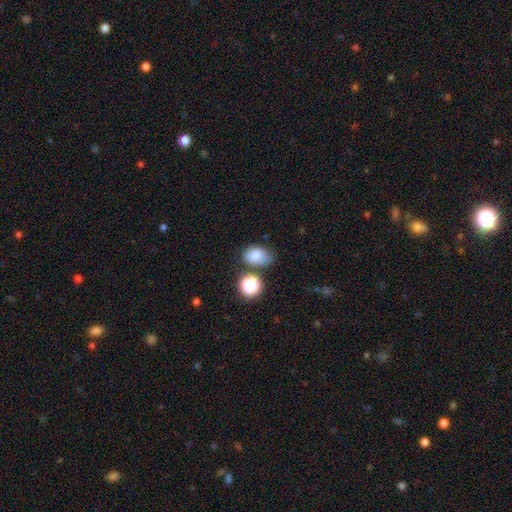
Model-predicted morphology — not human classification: A smooth galaxy with no disk features (81%) that is in between round and cigar-shaped (77%).

Vote fractions:
- Smooth or featured? smooth: 81% / star or artifact: 12% / featured or disk: 7%
- How rounded? in between: 77% / round: 22% / cigar-shaped: 1%
- Merging? none: 60% / minor disturbance: 23% / merger: 11% / major disturbance: 7%